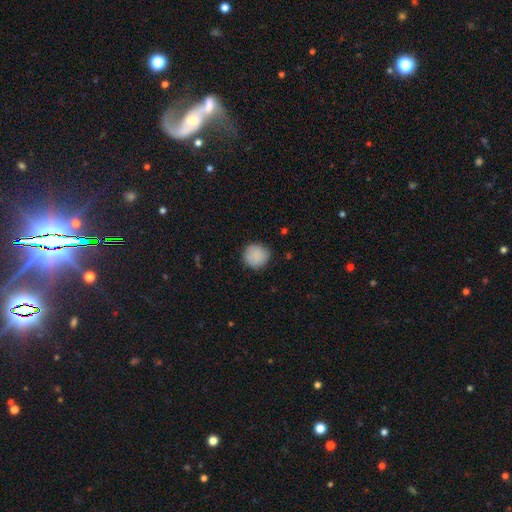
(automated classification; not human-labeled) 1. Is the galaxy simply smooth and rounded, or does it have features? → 89% smooth, 7% star or artifact, 4% featured or disk.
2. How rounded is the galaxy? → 91% round, 8% in between, 1% cigar-shaped.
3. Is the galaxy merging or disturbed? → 86% none, 11% minor disturbance, 2% major disturbance, 1% merger.